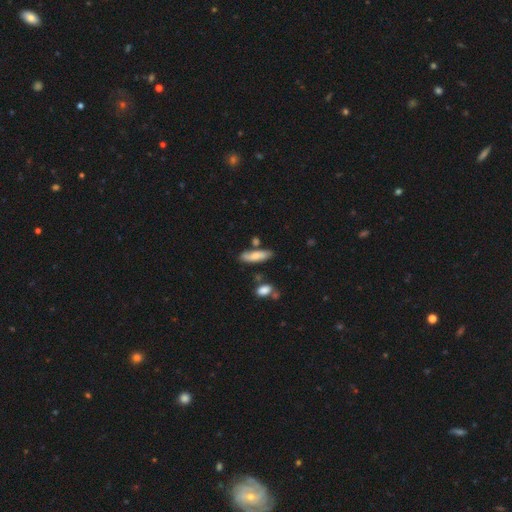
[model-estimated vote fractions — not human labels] This appears to be a smooth galaxy with no disk features (70%) that is in between round and cigar-shaped (49%). Merging: none (66%).